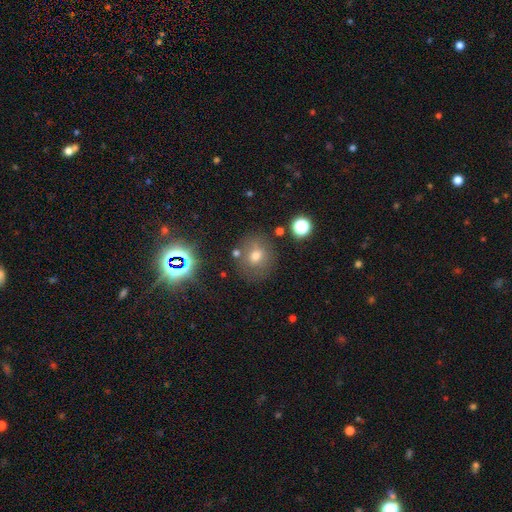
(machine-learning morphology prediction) This appears to be a smooth galaxy with no disk features (66%) that is round (76%). Merging: none (74%).